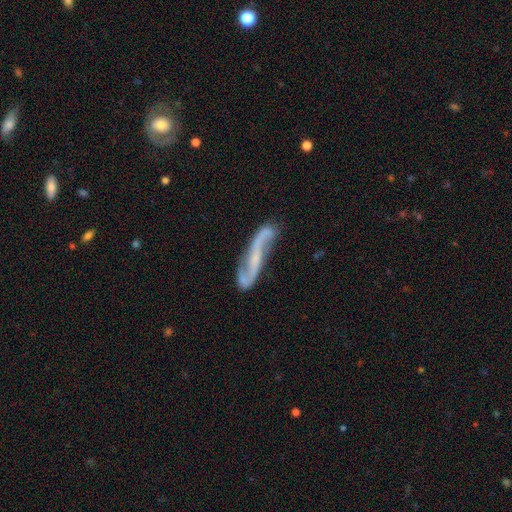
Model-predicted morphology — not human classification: Smooth or featured? featured or disk (84%)
Edge-on disk? no (82%)
Bar? no (36%)
Spiral arms? yes (95%)
Spiral winding? loose (63%)
Spiral arm count? 2 (92%)
Bulge size? small (53%)
Merging? none (70%)